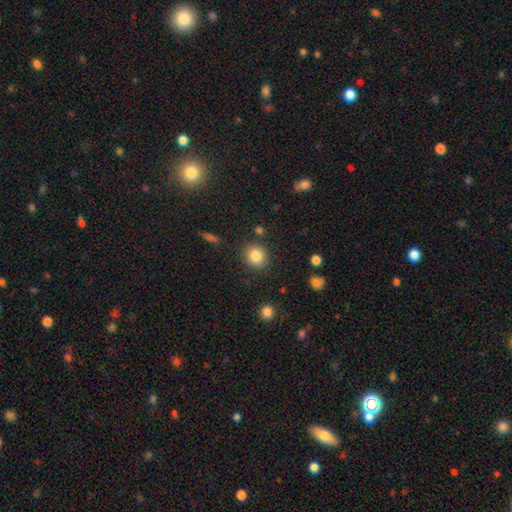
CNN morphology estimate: type=smooth (84%); roundness=round (79%); merging=none (85%).